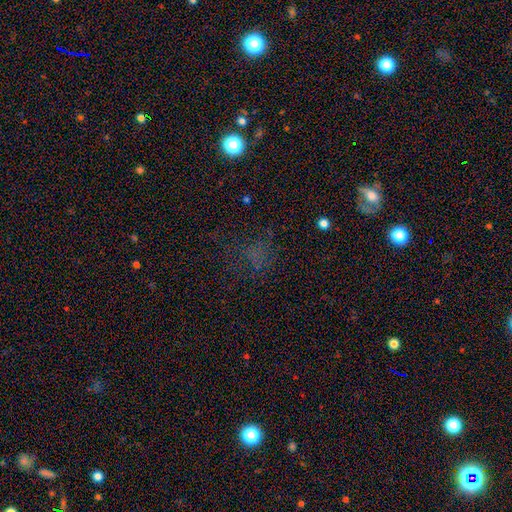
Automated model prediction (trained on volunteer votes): star or artifact 43%, smooth 40%, featured or disk 17%.